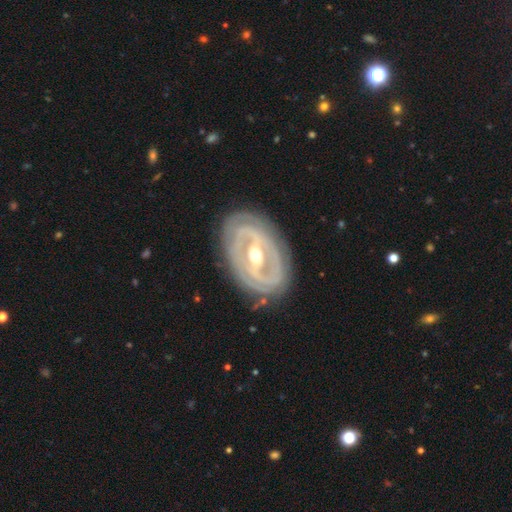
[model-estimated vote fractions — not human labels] This is clearly a featured or disk galaxy (88%). It is clearly not viewed edge-on (95%). Bar: possibly strong (51%). Spiral arm pattern: clearly yes (87%). Spiral arm count: possibly 2 (49%). Spiral winding: likely tight (72%). Central bulge: likely moderate (71%). Merging: clearly none (81%).